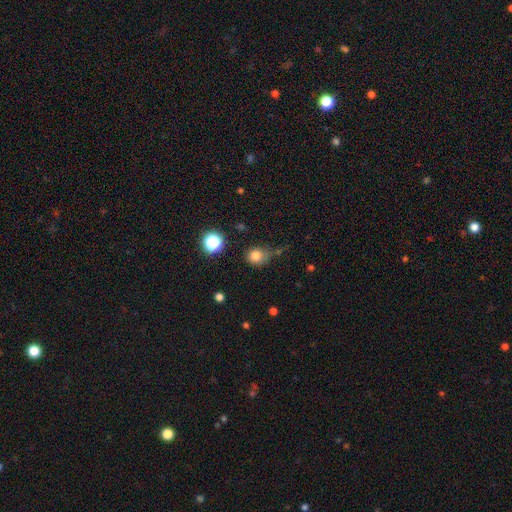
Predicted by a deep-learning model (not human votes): smooth-or-featured: smooth: 80% | star or artifact: 14% | featured or disk: 6%
  how-rounded: round: 84% | in between: 15% | cigar-shaped: 1%
  merging: none: 61% | minor disturbance: 24% | major disturbance: 8% | merger: 6%